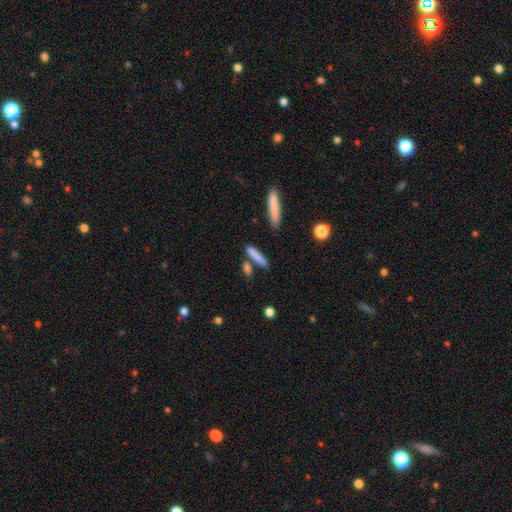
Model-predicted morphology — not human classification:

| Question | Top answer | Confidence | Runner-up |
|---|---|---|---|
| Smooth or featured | smooth | 81% | featured or disk (11%) |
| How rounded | cigar-shaped | 83% | in between (14%) |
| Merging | none | 73% | merger (14%) |